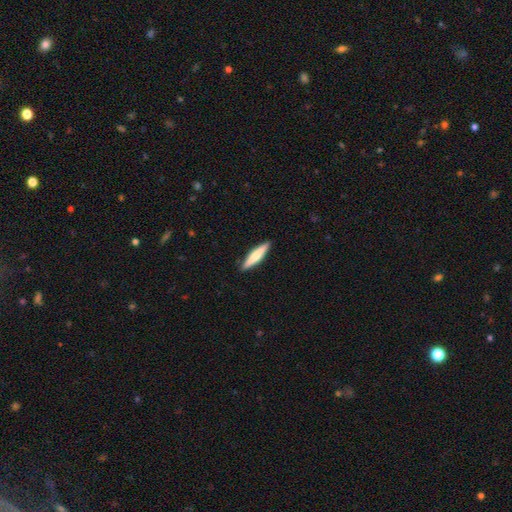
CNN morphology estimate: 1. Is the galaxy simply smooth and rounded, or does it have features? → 62% smooth, 33% featured or disk, 5% star or artifact.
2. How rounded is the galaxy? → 87% cigar-shaped, 12% in between, 1% round.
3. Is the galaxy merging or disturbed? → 91% none, 7% minor disturbance, 1% major disturbance, 1% merger.